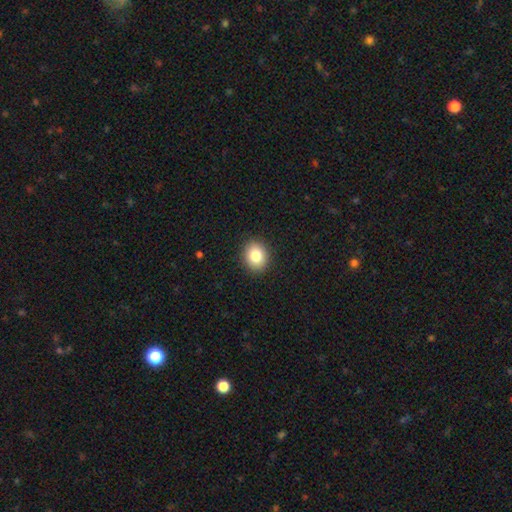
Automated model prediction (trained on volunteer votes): This is clearly a smooth galaxy (83%). How rounded: likely round (61%). Merging: clearly none (91%).